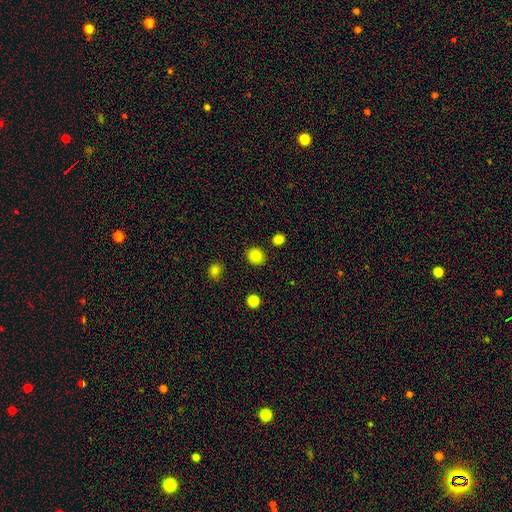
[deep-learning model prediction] Smooth or featured? smooth (85%)
How rounded? round (83%)
Merging? none (89%)